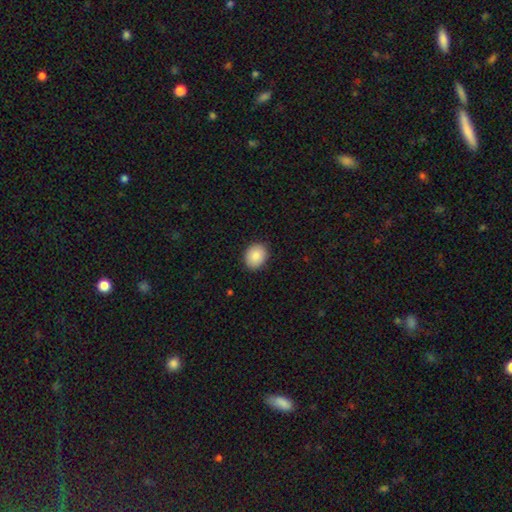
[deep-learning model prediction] Overall: smooth (87%). How rounded: round (56%; in between 43%). Merging: none (89%).